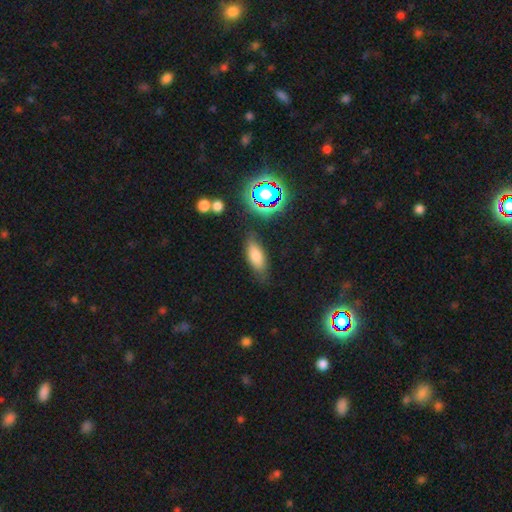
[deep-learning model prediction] Smooth or featured? Predicted: smooth (p=0.72). How rounded? Predicted: in between (p=0.77). Merging? Predicted: none (p=0.76).